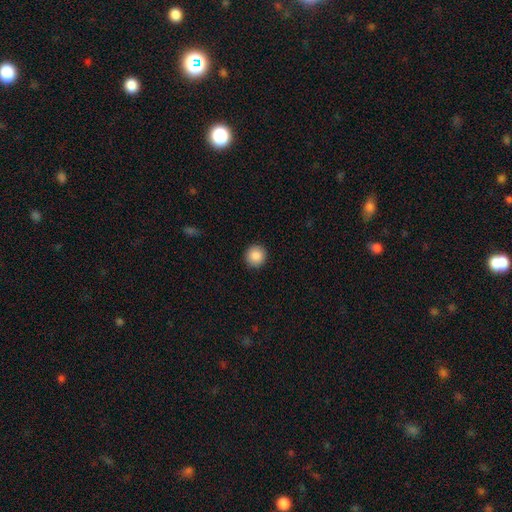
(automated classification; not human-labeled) smooth-or-featured: smooth: 88% | star or artifact: 9% | featured or disk: 4%
  how-rounded: round: 94% | in between: 5% | cigar-shaped: 1%
  merging: none: 92% | minor disturbance: 5% | major disturbance: 2% | merger: 1%